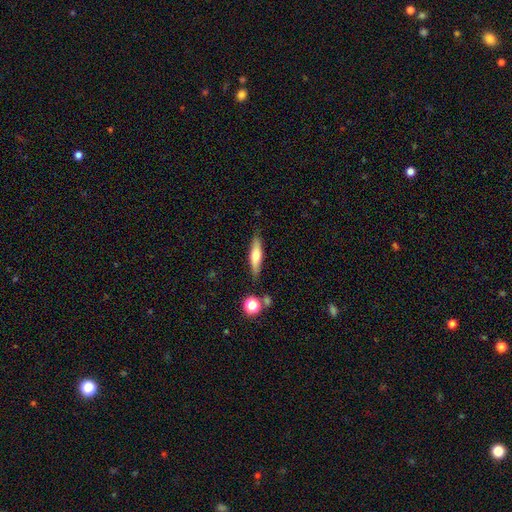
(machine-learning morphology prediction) smooth-or-featured: smooth: 55% | featured or disk: 39% | star or artifact: 7%
  how-rounded: cigar-shaped: 74% | in between: 24% | round: 2%
  merging: none: 83% | minor disturbance: 11% | merger: 4% | major disturbance: 3%